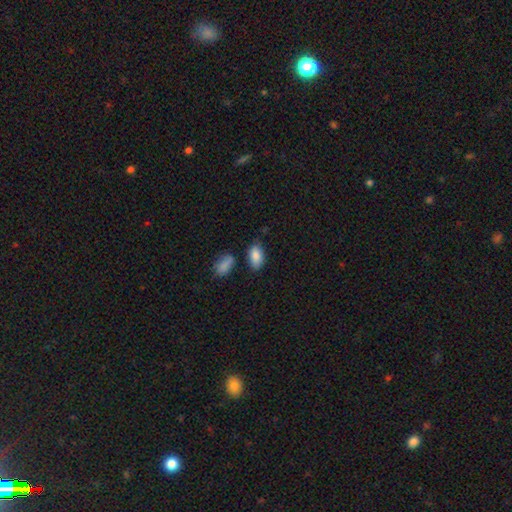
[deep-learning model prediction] This appears to be a smooth galaxy with no disk features (86%) that is in between round and cigar-shaped (93%). Merging: none (70%).